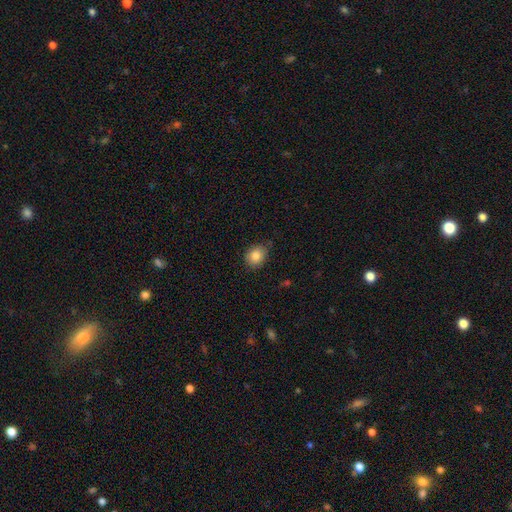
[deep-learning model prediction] smooth-or-featured: smooth: 85% | star or artifact: 9% | featured or disk: 6%
  how-rounded: round: 62% | in between: 38% | cigar-shaped: 1%
  merging: none: 74% | minor disturbance: 21% | major disturbance: 3% | merger: 2%